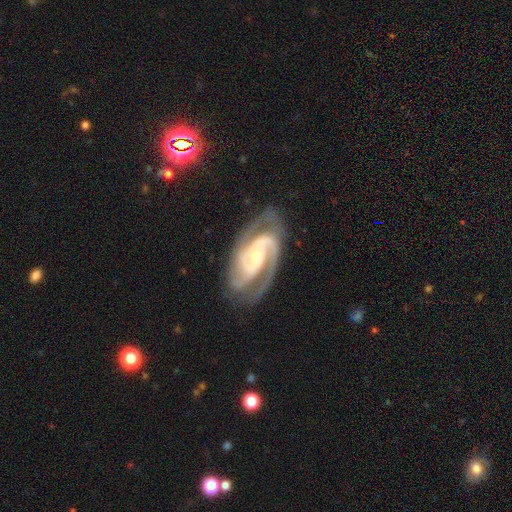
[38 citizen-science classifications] smooth-or-featured: featured or disk: 92% | star or artifact: 5% | smooth: 3%
  disk-edge-on: no: 97% | yes: 3%
    bar: no: 56% | weak: 24% | strong: 21%
    has-spiral-arms: yes: 100% | no: 0%
      spiral-winding: tight: 53% | medium: 41% | loose: 6%
      spiral-arm-count: 2: 59% | 3: 38% | can't tell: 3% | 1: 0% | 4: 0% | more than 4: 0%
    bulge-size: moderate: 50% (tied) | small: 50% (tied) | dominant: 0% | large: 0% | none: 0%
  merging: none: 81% | minor disturbance: 14% | major disturbance: 6% | merger: 0%